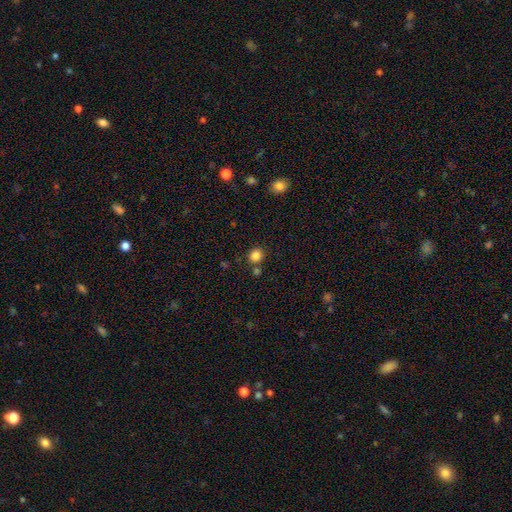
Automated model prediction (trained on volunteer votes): Q: Smooth or featured?
A: smooth (84%); runner-up: star or artifact (12%)
Q: How rounded?
A: round (82%); runner-up: in between (17%)
Q: Merging?
A: none (78%); runner-up: merger (10%)